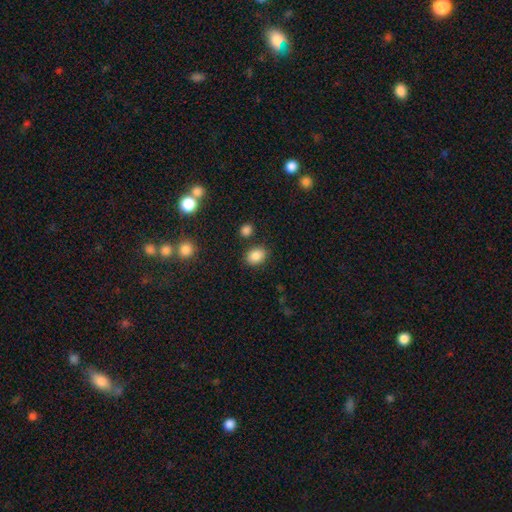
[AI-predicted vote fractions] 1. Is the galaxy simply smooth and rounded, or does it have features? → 87% smooth, 9% star or artifact, 4% featured or disk.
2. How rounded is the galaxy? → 64% in between, 35% round, 1% cigar-shaped.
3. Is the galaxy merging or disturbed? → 81% none, 11% minor disturbance, 5% merger, 3% major disturbance.